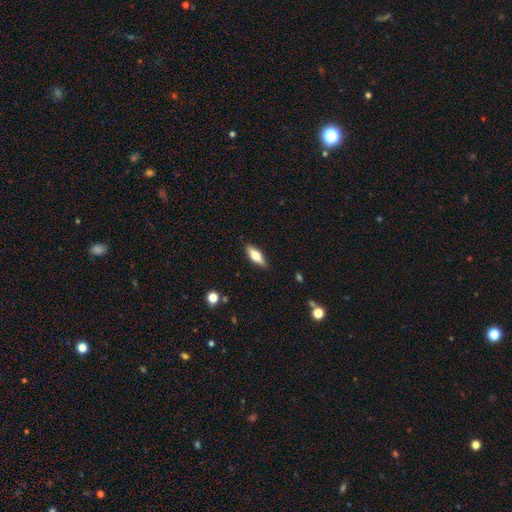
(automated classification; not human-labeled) smooth-or-featured: smooth: 54% | featured or disk: 39% | star or artifact: 7%
  how-rounded: in between: 62% | cigar-shaped: 36% | round: 3%
  merging: none: 87% | minor disturbance: 10% | major disturbance: 2% | merger: 1%